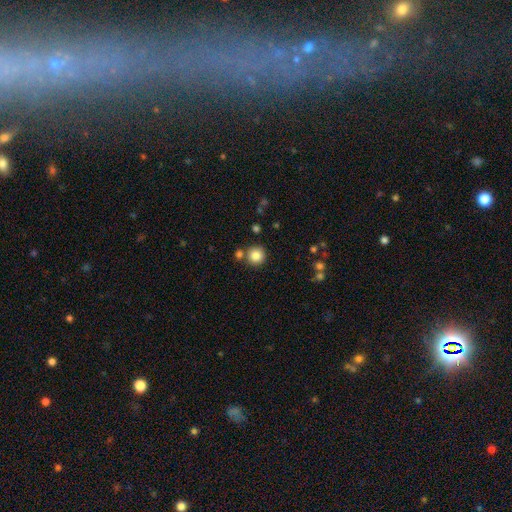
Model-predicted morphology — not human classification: Smooth or featured? Predicted: smooth (p=0.84). How rounded? Predicted: round (p=0.94). Merging? Predicted: none (p=0.79).